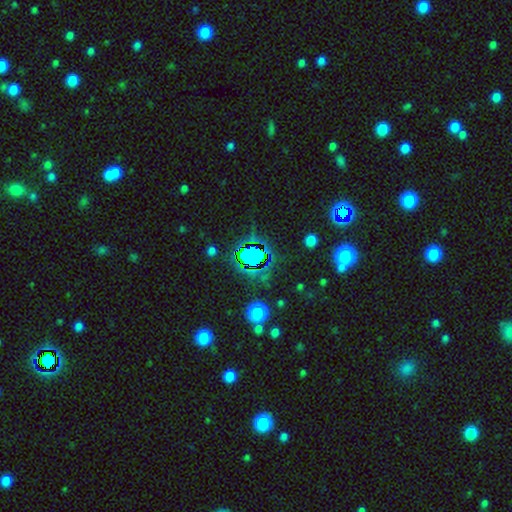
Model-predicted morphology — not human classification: Smooth or featured? star or artifact (67%)